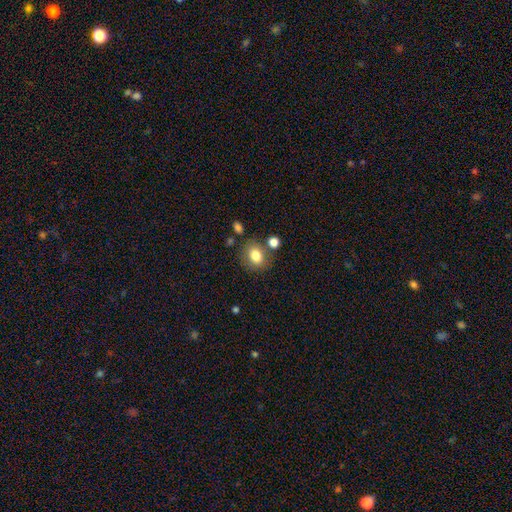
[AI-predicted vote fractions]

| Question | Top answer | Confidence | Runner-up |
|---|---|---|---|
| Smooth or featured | smooth | 80% | featured or disk (10%) |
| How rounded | round | 58% | in between (41%) |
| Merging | none | 72% | minor disturbance (14%) |